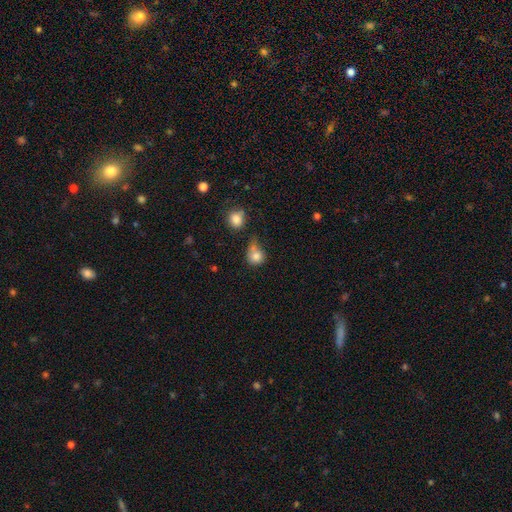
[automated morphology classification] Smooth or featured: smooth — 80% (star or artifact — 11%)
How rounded: round — 75% (in between — 24%)
Merging: none — 36% (merger — 31%)